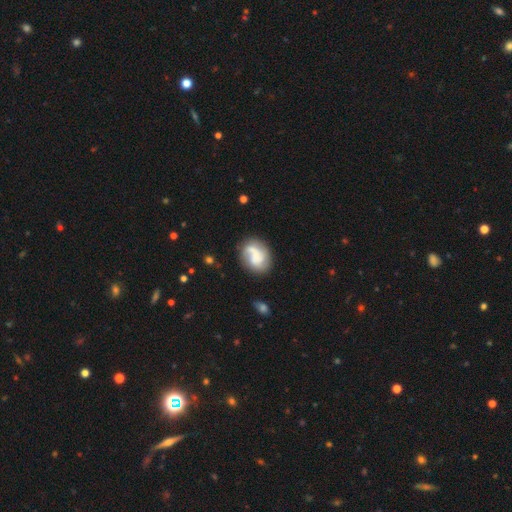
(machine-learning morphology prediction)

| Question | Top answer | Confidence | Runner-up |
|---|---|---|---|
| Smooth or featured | featured or disk | 53% | smooth (39%) |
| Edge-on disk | no | 98% | yes (2%) |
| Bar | no | 61% | weak (30%) |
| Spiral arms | yes | 81% | no (19%) |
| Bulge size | none | 43% | small (24%) |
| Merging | none | 58% | minor disturbance (21%) |